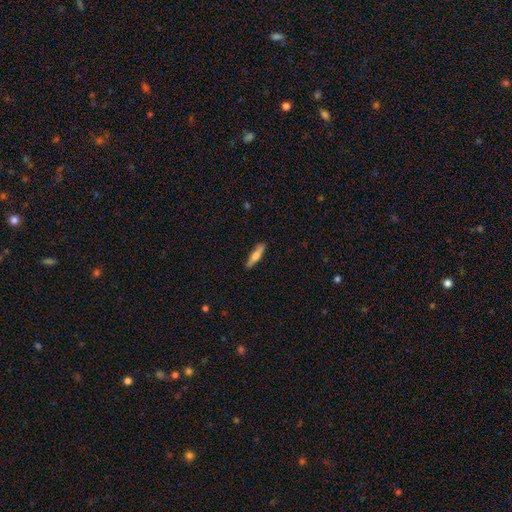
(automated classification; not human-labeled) smooth-or-featured: smooth: 63% | featured or disk: 32% | star or artifact: 6%
  how-rounded: cigar-shaped: 77% | in between: 21% | round: 2%
  merging: none: 86% | minor disturbance: 11% | major disturbance: 2% | merger: 1%